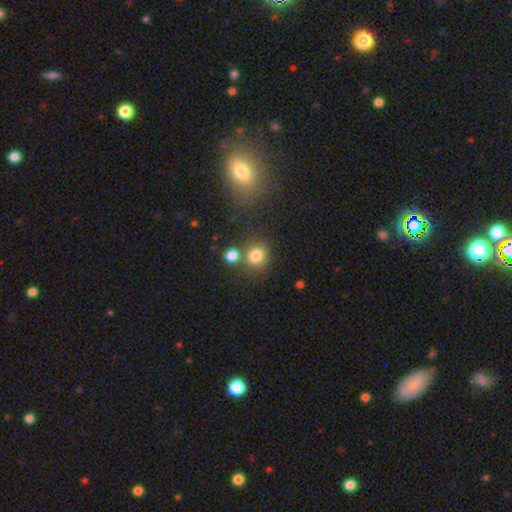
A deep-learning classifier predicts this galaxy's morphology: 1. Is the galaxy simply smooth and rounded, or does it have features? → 79% smooth, 13% star or artifact, 7% featured or disk.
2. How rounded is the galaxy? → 77% round, 22% in between, 1% cigar-shaped.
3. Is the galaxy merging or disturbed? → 64% none, 20% merger, 11% minor disturbance, 5% major disturbance.